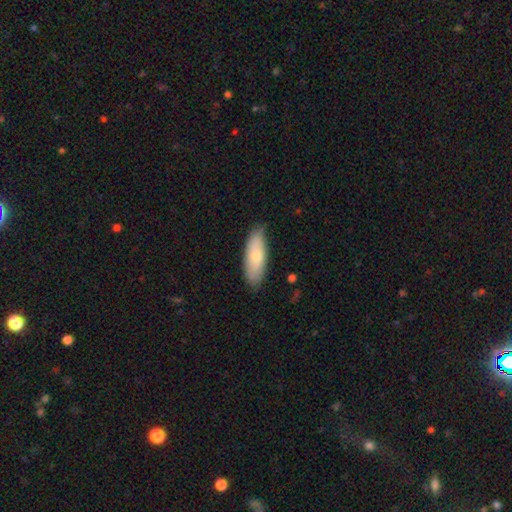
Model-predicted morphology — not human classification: The model was most divided on "how rounded": in between: 68%, cigar-shaped: 30%, round: 2%. More confident: merging — none (78%); smooth or featured — smooth (73%).